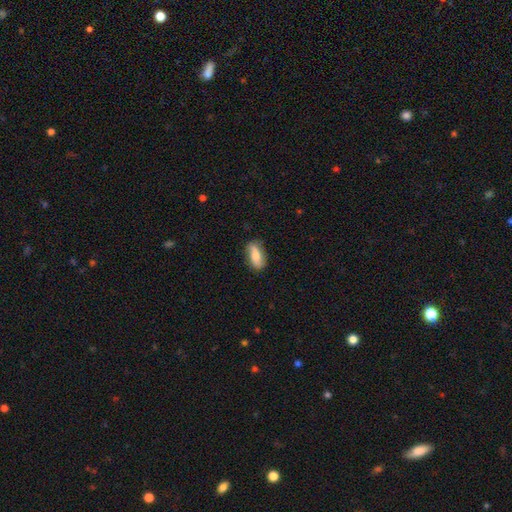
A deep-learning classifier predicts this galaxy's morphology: This is likely a smooth galaxy (66%). How rounded: clearly in between (81%). Merging: likely none (77%).